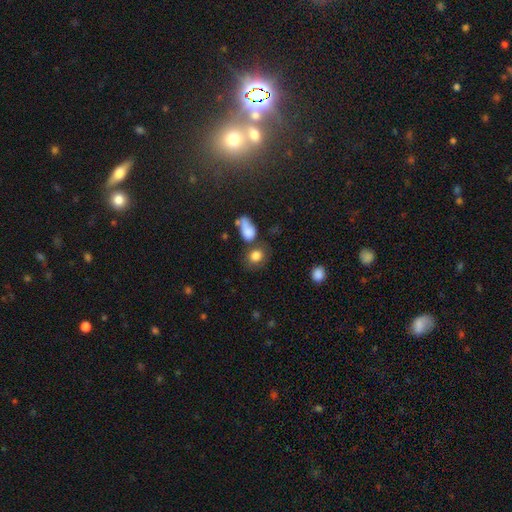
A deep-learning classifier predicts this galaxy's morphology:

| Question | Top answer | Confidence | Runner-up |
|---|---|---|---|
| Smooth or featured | smooth | 80% | star or artifact (11%) |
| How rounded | round | 55% | in between (44%) |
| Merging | none | 53% | merger (21%) |